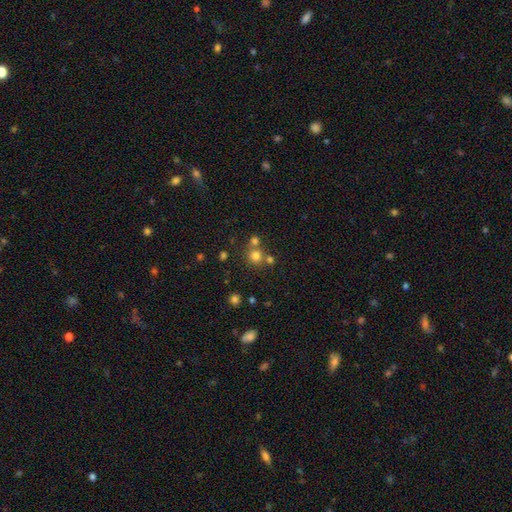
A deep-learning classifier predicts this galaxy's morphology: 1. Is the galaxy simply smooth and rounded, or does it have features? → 75% smooth, 17% star or artifact, 8% featured or disk.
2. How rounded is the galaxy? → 92% round, 8% in between, 1% cigar-shaped.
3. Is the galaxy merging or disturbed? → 64% none, 27% merger, 7% minor disturbance, 3% major disturbance.